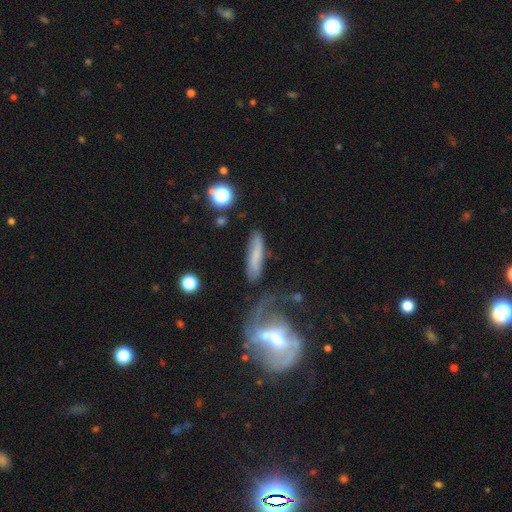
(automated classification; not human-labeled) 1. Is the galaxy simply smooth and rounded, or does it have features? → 59% smooth, 32% featured or disk, 9% star or artifact.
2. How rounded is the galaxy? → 76% cigar-shaped, 21% in between, 3% round.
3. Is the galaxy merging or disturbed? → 66% none, 19% minor disturbance, 8% major disturbance, 7% merger.